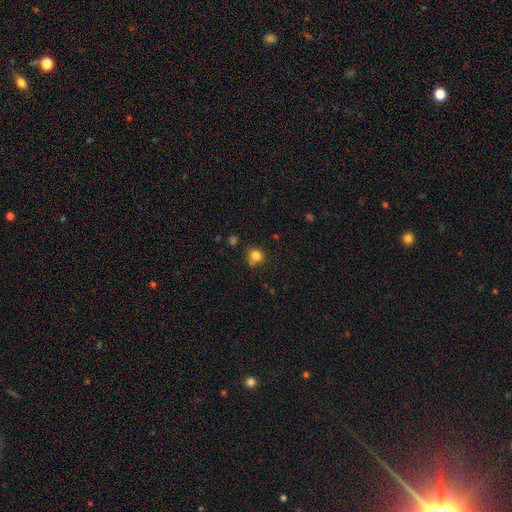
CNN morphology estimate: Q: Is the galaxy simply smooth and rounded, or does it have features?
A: smooth — 82%.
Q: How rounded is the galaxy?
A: round — 85%.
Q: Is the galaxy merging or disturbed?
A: none — 72%.